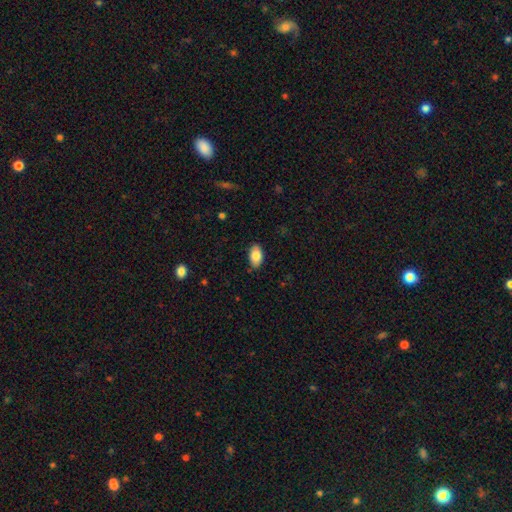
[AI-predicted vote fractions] smooth 83%, featured or disk 9%, star or artifact 7%. Down the decision tree: how rounded — in between (93%); merging — none (86%).